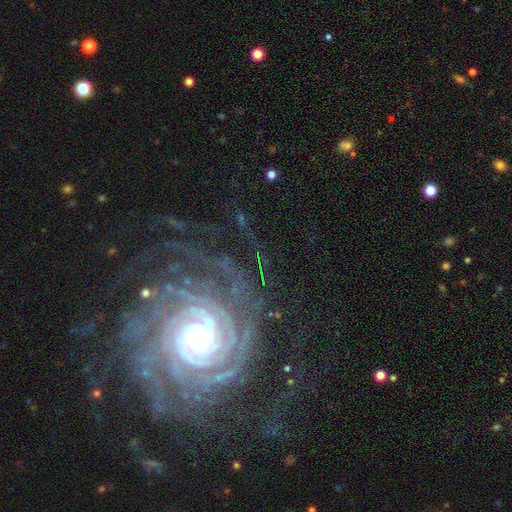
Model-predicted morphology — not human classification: type=featured or disk (88%); edge-on=no (97%); bar=no (67%); spiral arms=yes (98%); winding=tight (83%); arm count=more than 4 (28%); bulge=small (74%); merging=none (72%).